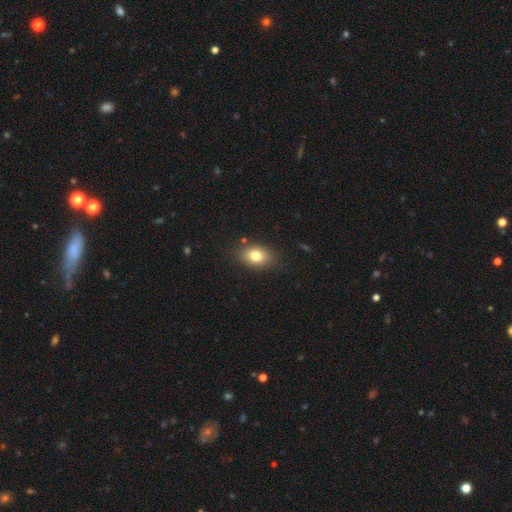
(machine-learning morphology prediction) type=smooth (79%); roundness=in between (75%); merging=none (83%).